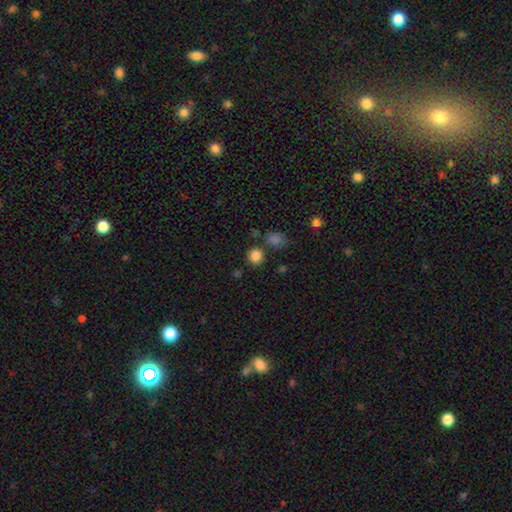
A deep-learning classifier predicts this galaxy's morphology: A smooth galaxy with no disk features (84%) that is round (89%).

Vote fractions:
- Smooth or featured? smooth: 84% / star or artifact: 12% / featured or disk: 4%
- How rounded? round: 89% / in between: 10% / cigar-shaped: 1%
- Merging? none: 79% / merger: 9% / minor disturbance: 9% / major disturbance: 3%